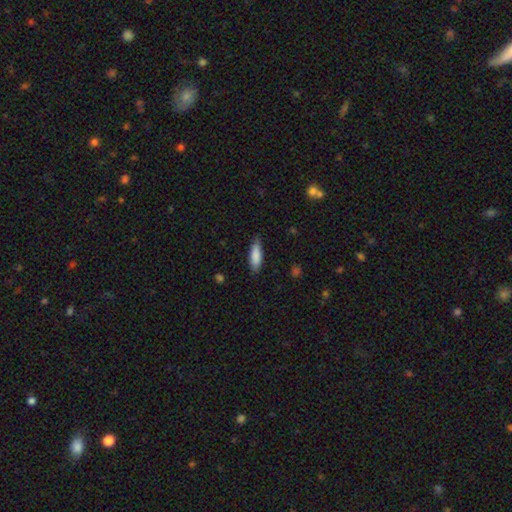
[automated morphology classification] Smooth or featured: smooth — 86% (featured or disk — 9%)
How rounded: in between — 56% (cigar-shaped — 42%)
Merging: none — 80% (minor disturbance — 16%)